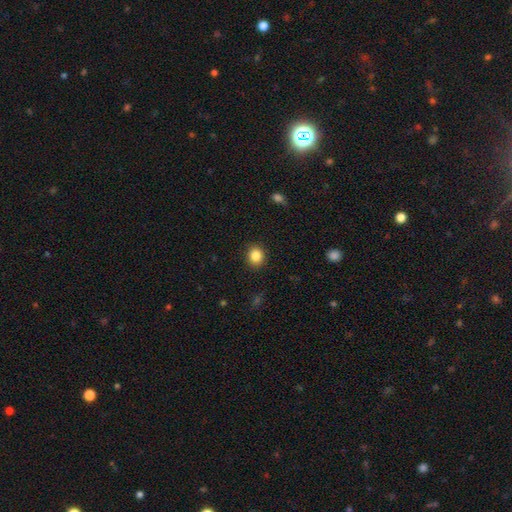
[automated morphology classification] Smooth or featured?
  - smooth: 85% *
  - star or artifact: 10%
  - featured or disk: 5%
How rounded?
  - round: 78% *
  - in between: 21%
  - cigar-shaped: 1%
Merging?
  - none: 90% *
  - minor disturbance: 7%
  - major disturbance: 2%
  - merger: 1%